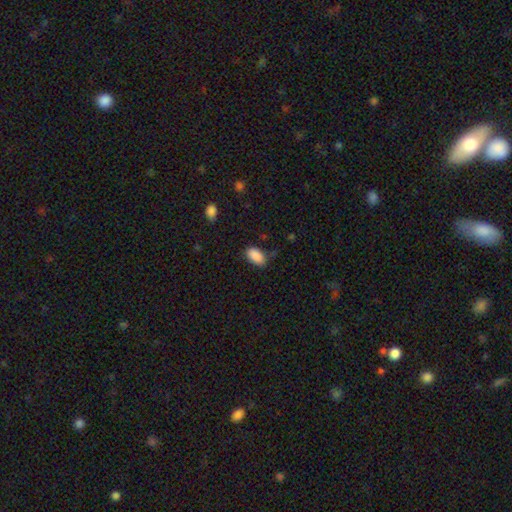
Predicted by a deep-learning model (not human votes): Smooth or featured? smooth (90%)
How rounded? in between (94%)
Merging? none (79%)